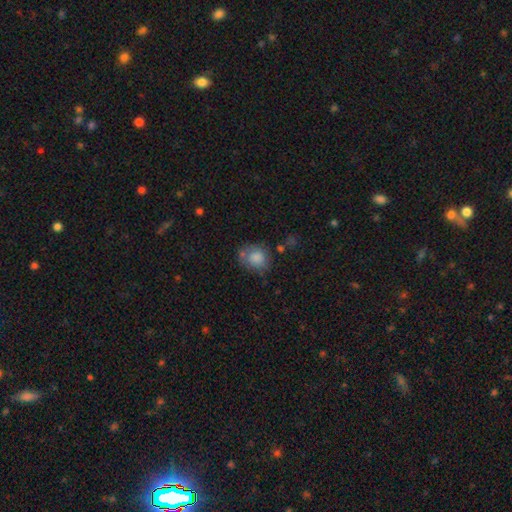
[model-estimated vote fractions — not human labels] This appears to be a smooth galaxy with no disk features (80%) that is round (64%). Merging: none (59%).